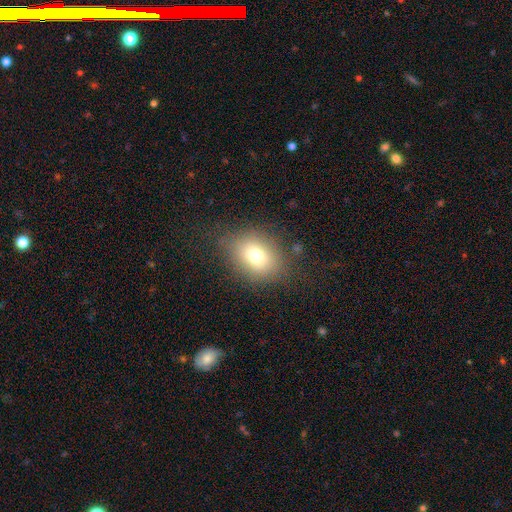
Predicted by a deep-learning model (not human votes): This is likely a smooth galaxy (74%). How rounded: possibly in between (56%). Merging: likely none (77%).